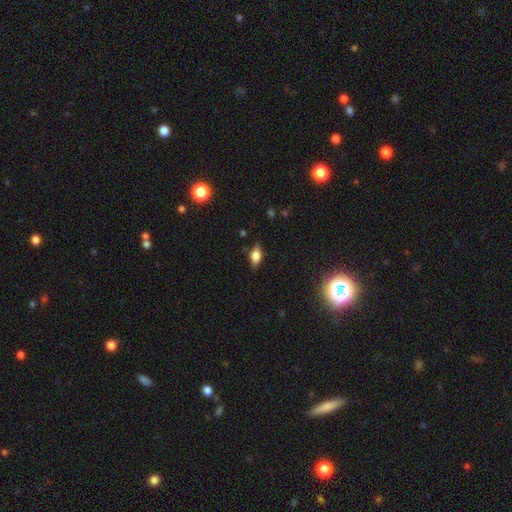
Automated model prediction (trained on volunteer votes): smooth-or-featured: smooth: 63% | featured or disk: 26% | star or artifact: 11%
  how-rounded: in between: 80% | cigar-shaped: 11% | round: 9%
  merging: none: 78% | minor disturbance: 16% | major disturbance: 4% | merger: 1%